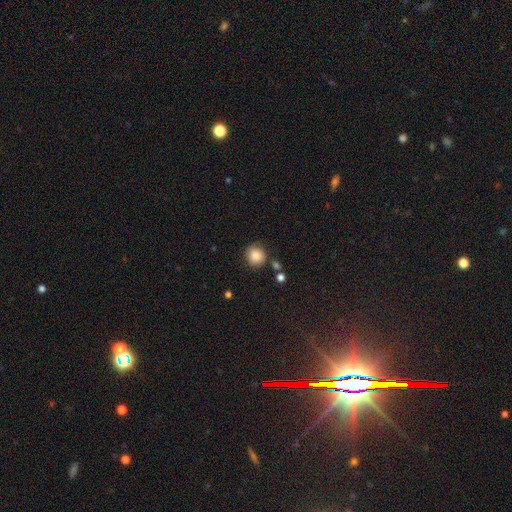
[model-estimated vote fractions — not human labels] A smooth galaxy with no disk features (86%) that is round (89%).

Vote fractions:
- Smooth or featured? smooth: 86% / star or artifact: 9% / featured or disk: 5%
- How rounded? round: 89% / in between: 10% / cigar-shaped: 1%
- Merging? none: 82% / minor disturbance: 11% / merger: 4% / major disturbance: 3%